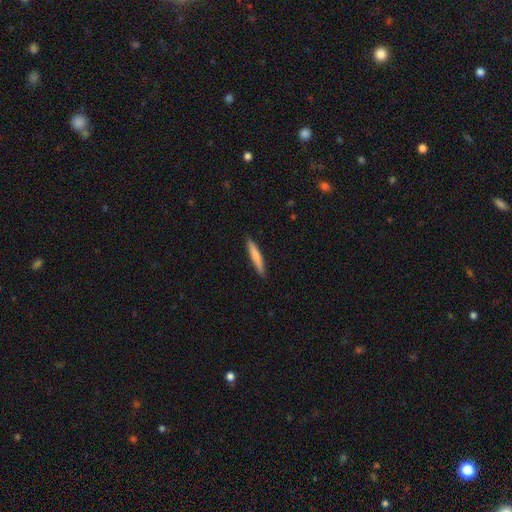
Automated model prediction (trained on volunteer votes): Q: Smooth or featured?
A: smooth (75%); runner-up: featured or disk (19%)
Q: How rounded?
A: cigar-shaped (94%); runner-up: in between (5%)
Q: Merging?
A: none (89%); runner-up: minor disturbance (8%)